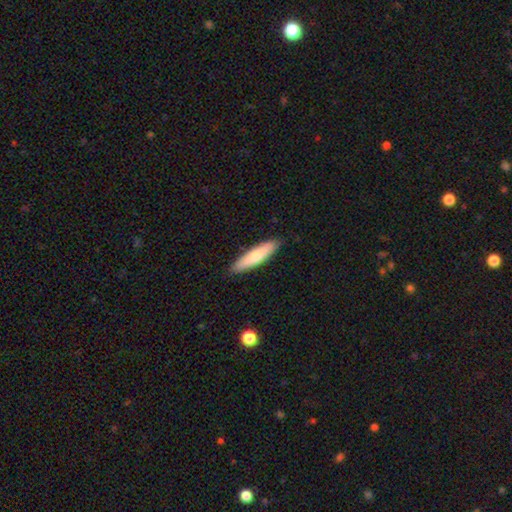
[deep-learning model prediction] A smooth galaxy with no disk features (74%) that is cigar-shaped (73%).

Vote fractions:
- Smooth or featured? smooth: 74% / featured or disk: 20% / star or artifact: 5%
- How rounded? cigar-shaped: 73% / in between: 26% / round: 1%
- Merging? none: 88% / minor disturbance: 9% / major disturbance: 2% / merger: 1%